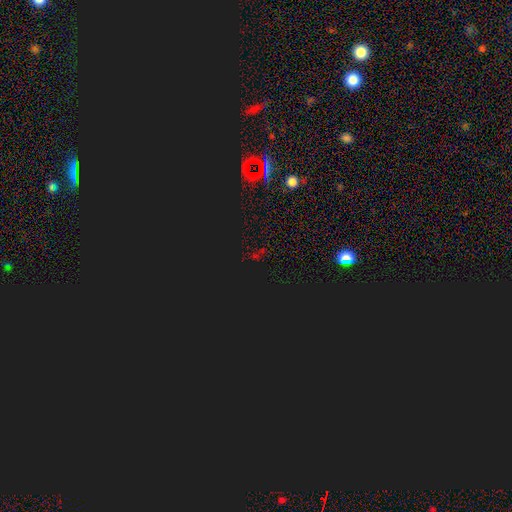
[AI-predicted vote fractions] Smooth or featured? star or artifact (79%)